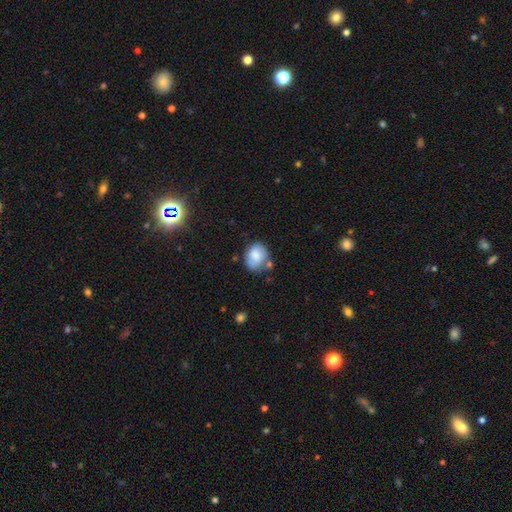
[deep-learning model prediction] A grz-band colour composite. It shows a smooth galaxy with no disk features (73%) that is round (54%). Merging: none (54%).